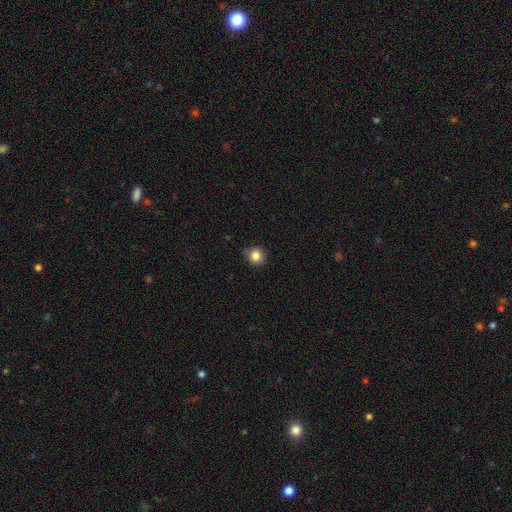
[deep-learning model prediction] smooth_or_featured: smooth (p=0.84) [alt: star or artifact p=0.11]
how_rounded: round (p=0.90) [alt: in between p=0.09]
merging: none (p=0.80) [alt: minor disturbance p=0.16]